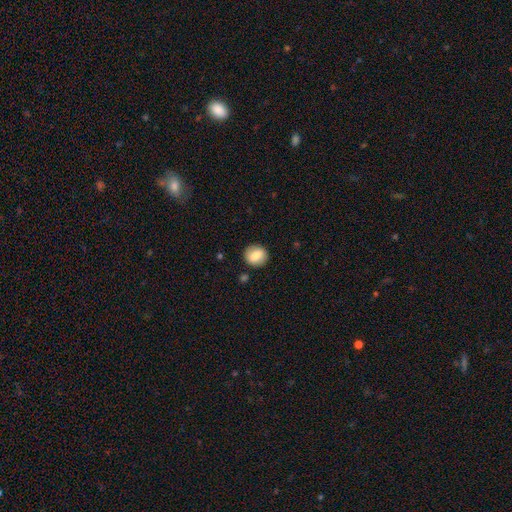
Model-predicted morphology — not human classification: smooth_or_featured: smooth (p=0.79) [alt: featured or disk p=0.13]
how_rounded: round (p=0.80) [alt: in between p=0.19]
merging: none (p=0.87) [alt: minor disturbance p=0.09]